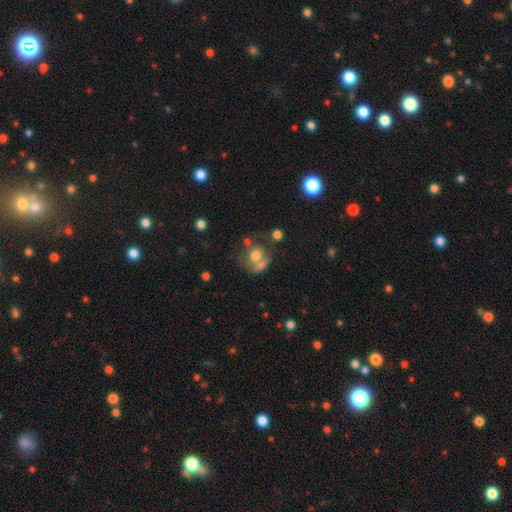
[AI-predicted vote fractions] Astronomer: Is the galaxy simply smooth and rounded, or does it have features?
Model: smooth — 65%.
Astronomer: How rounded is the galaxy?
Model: round — 62%.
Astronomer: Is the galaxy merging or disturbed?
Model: merger — 37% (runner-up: none, 35%).